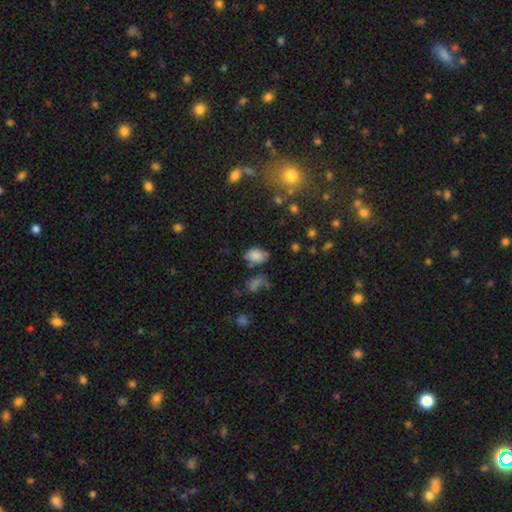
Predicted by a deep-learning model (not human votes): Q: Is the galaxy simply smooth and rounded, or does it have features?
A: smooth — 79%.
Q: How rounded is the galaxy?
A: in between — 83%.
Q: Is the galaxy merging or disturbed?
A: none — 60%.